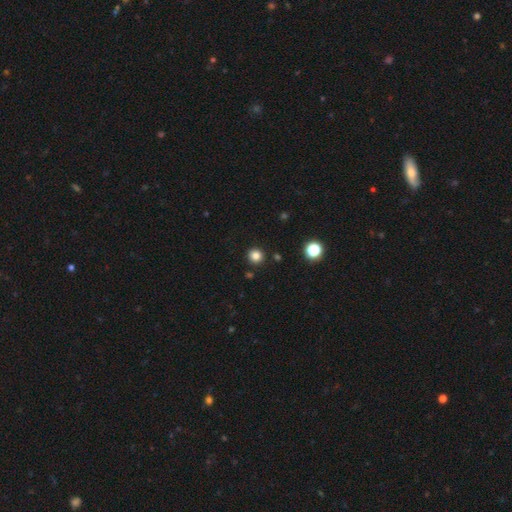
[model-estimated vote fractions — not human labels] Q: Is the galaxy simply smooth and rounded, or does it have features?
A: smooth — 82%.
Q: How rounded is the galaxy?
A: round — 93%.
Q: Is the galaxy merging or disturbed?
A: none — 91%.